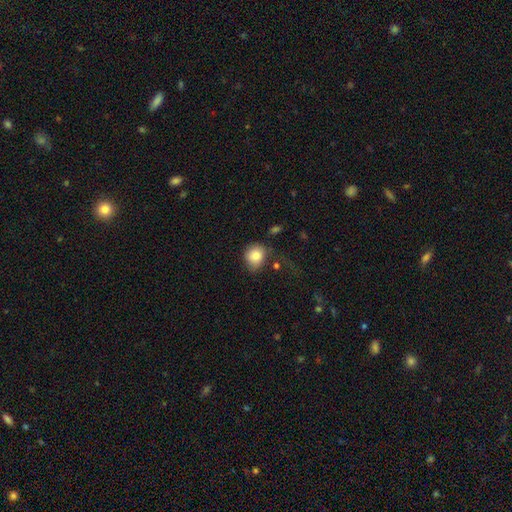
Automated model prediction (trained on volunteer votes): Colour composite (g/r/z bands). It shows a smooth galaxy with no disk features (83%) that is round (74%). Merging: none (57%).